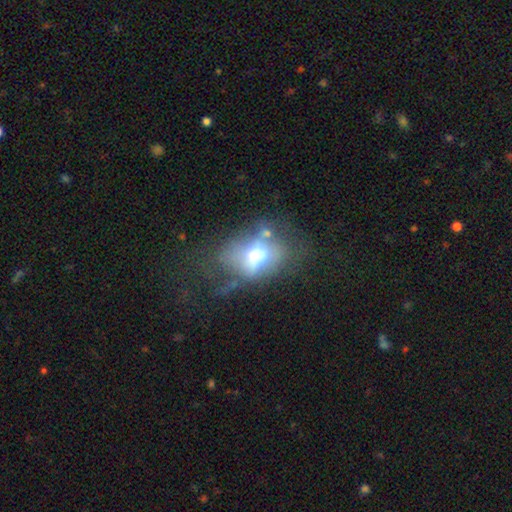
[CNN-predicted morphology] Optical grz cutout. It shows a smooth galaxy with no disk features (47%). Merging: major disturbance (35%).